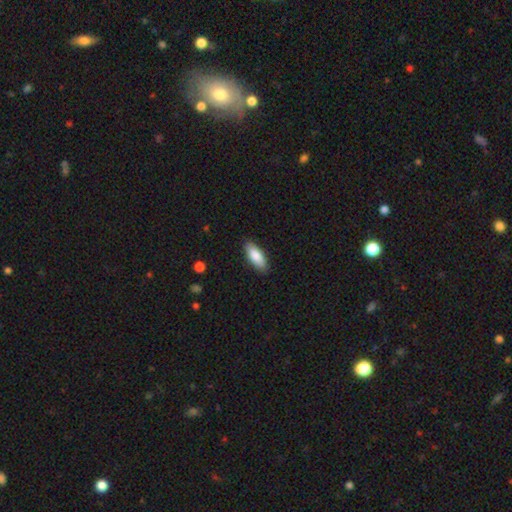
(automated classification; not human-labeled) This appears to be a smooth galaxy with no disk features (86%) that is in between round and cigar-shaped (77%). Merging: none (87%).